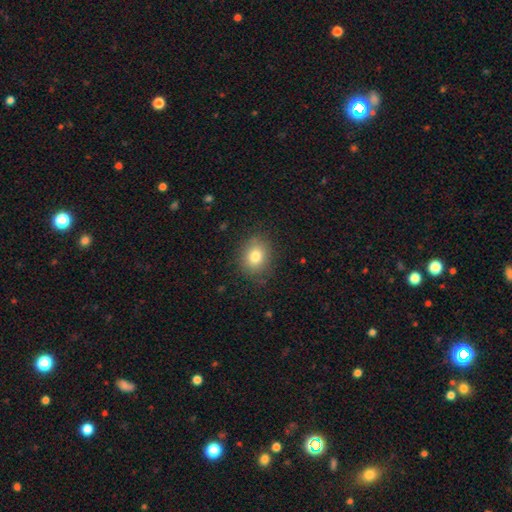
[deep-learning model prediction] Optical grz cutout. It shows a smooth galaxy with no disk features (81%) that is round (55%). Merging: none (83%).